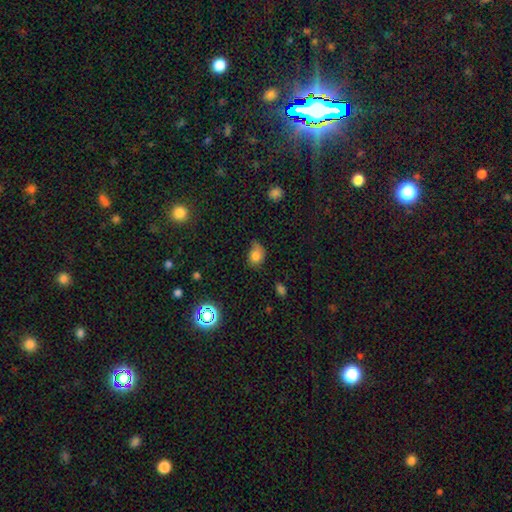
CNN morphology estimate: smooth 78%, star or artifact 13%, featured or disk 9%. Down the decision tree: how rounded — in between (60%); merging — none (44%).